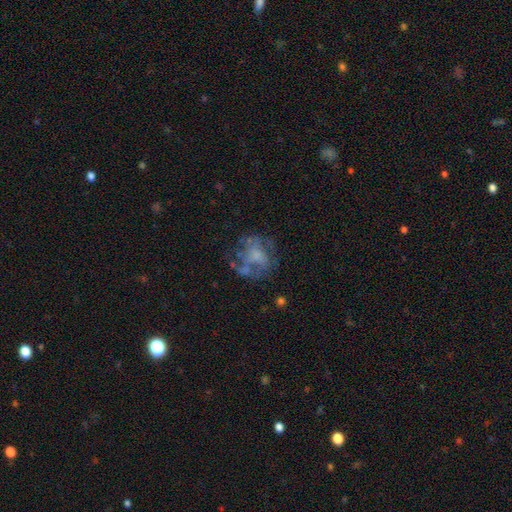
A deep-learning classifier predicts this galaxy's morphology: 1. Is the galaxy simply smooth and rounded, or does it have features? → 59% featured or disk, 29% smooth, 12% star or artifact.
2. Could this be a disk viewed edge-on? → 98% no, 2% yes.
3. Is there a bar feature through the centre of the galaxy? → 81% no, 16% weak, 3% strong.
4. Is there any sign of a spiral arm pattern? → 63% no, 37% yes.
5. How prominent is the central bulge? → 41% none, 26% moderate, 22% small, 9% large, 2% dominant.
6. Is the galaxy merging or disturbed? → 47% none, 28% major disturbance, 19% minor disturbance, 6% merger.